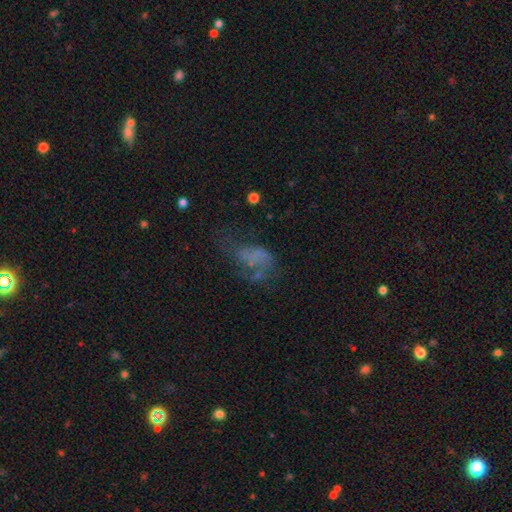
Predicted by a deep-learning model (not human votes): Smooth or featured?
  - featured or disk: 43% *
  - smooth: 36%
  - star or artifact: 21%
Merging?
  - major disturbance: 42% *
  - none: 31%
  - minor disturbance: 20%
  - merger: 8%